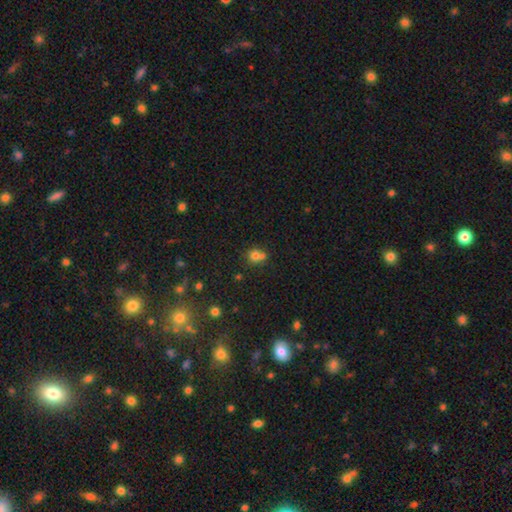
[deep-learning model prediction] Smooth or featured? smooth (72%)
How rounded? round (79%)
Merging? merger (44%)